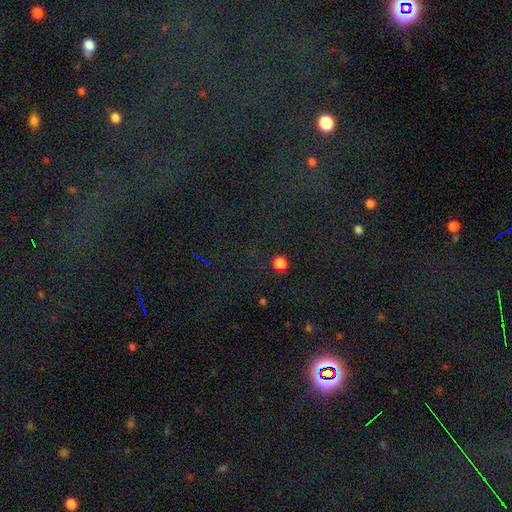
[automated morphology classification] Overall: star or artifact (78%).